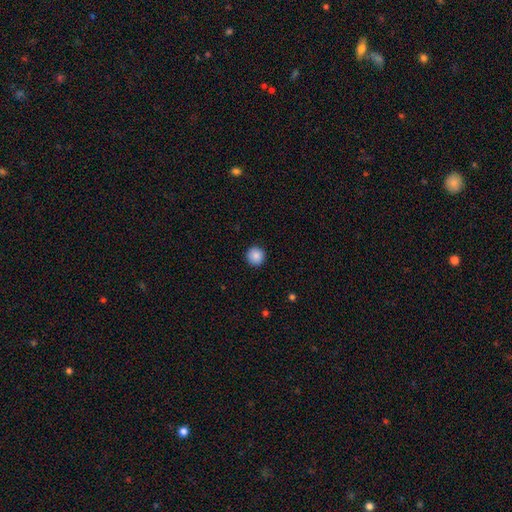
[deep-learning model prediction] Morphology: type=smooth (88%); roundness=round (95%); merging=none (92%).